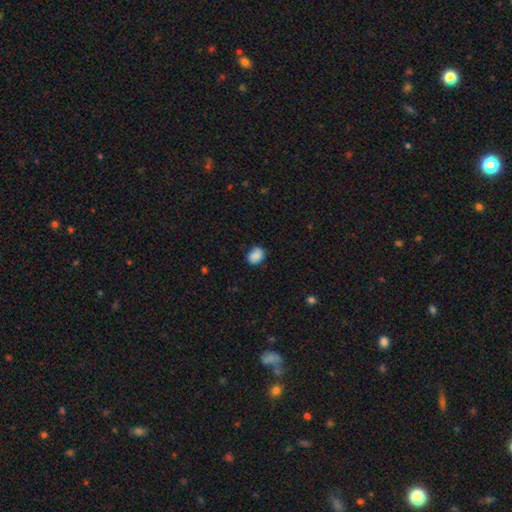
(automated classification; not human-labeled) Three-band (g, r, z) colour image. It shows a smooth galaxy with no disk features (83%) that is in between round and cigar-shaped (51%). Merging: none (77%).